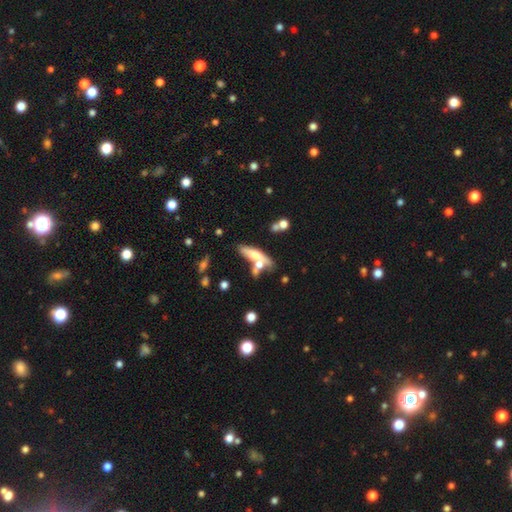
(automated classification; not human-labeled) Smooth or featured: smooth — 51% (featured or disk — 41%)
How rounded: cigar-shaped — 68% (in between — 29%)
Merging: none — 42% (merger — 37%)